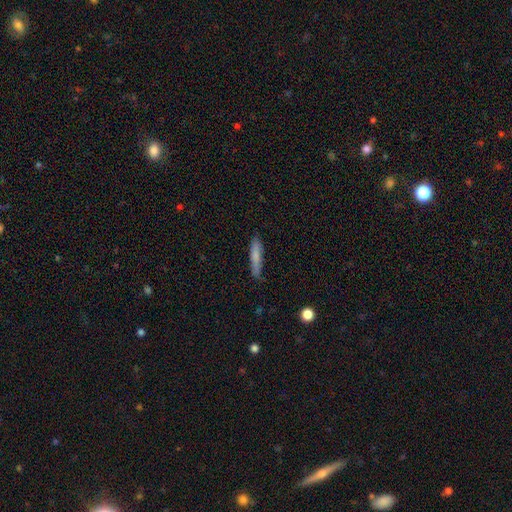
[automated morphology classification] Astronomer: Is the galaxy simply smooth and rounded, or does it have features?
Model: smooth — 76%.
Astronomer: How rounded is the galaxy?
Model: cigar-shaped — 85%.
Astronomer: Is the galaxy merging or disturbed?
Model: none — 78%.